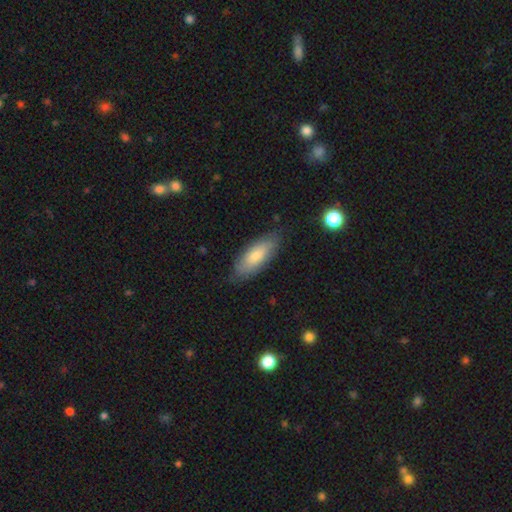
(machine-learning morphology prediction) Smooth or featured?
  - smooth: 72% *
  - featured or disk: 22%
  - star or artifact: 6%
How rounded?
  - in between: 72% *
  - cigar-shaped: 27%
  - round: 2%
Merging?
  - none: 79% *
  - minor disturbance: 17%
  - major disturbance: 3%
  - merger: 1%